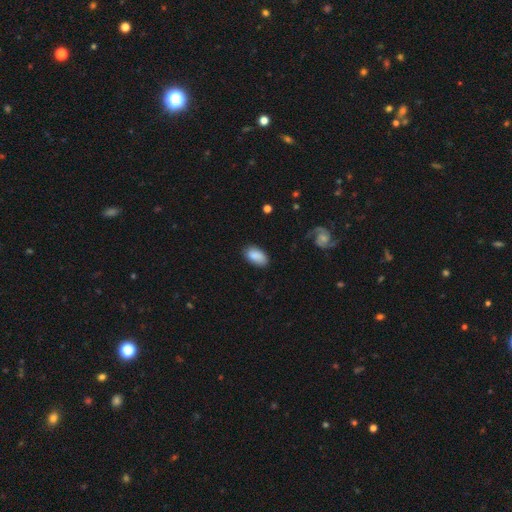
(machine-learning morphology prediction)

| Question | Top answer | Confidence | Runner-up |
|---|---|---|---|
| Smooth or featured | smooth | 85% | featured or disk (8%) |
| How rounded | in between | 93% | round (5%) |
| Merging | none | 77% | minor disturbance (18%) |